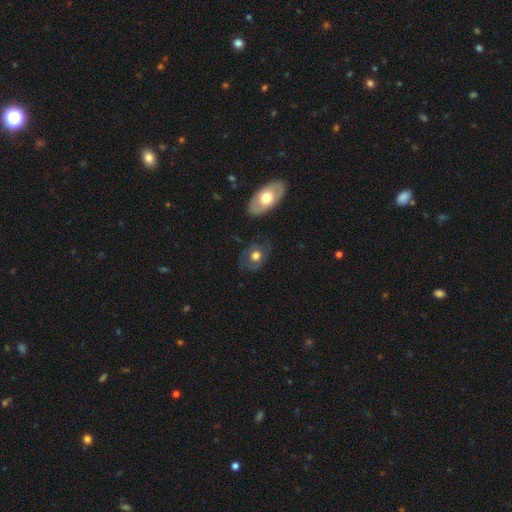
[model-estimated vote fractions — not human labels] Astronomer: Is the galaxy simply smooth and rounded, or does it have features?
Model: smooth — 55% (runner-up: featured or disk, 36%).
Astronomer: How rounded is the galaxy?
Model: in between — 53% (runner-up: round, 46%).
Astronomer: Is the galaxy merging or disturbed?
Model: none — 71%.